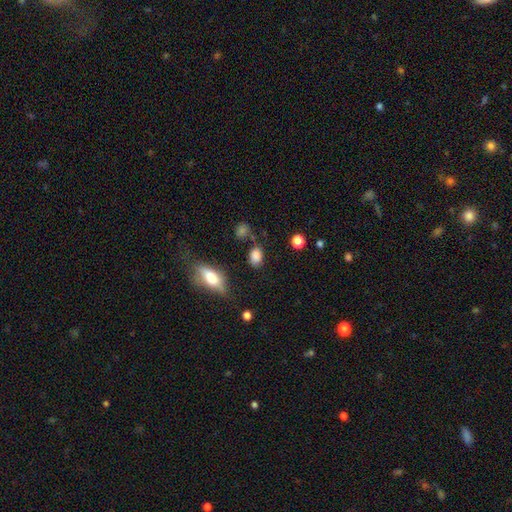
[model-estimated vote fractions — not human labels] Q: Smooth or featured?
A: smooth (83%); runner-up: star or artifact (11%)
Q: How rounded?
A: in between (73%); runner-up: round (25%)
Q: Merging?
A: none (73%); runner-up: minor disturbance (17%)